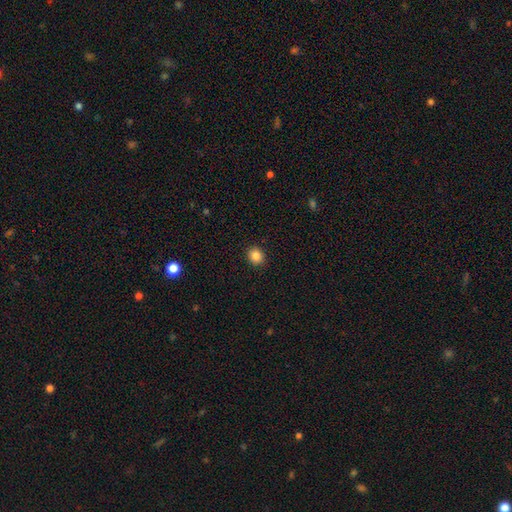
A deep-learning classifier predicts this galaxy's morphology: Q: Smooth or featured?
A: smooth (84%); runner-up: star or artifact (11%)
Q: How rounded?
A: round (76%); runner-up: in between (23%)
Q: Merging?
A: none (92%); runner-up: minor disturbance (6%)